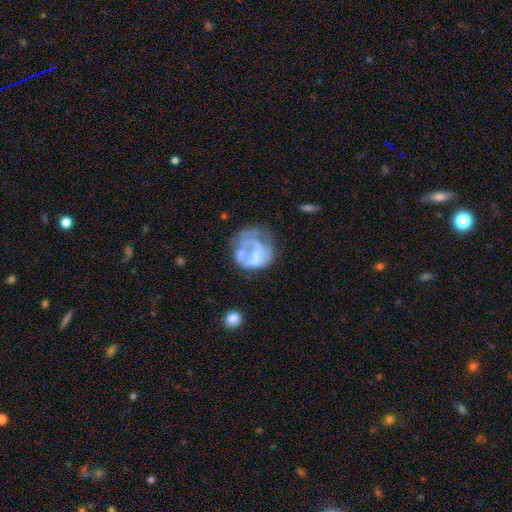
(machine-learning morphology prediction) Smooth or featured? Predicted: featured or disk (p=0.54). Edge-on disk? Predicted: no (p=0.98). Bar? Predicted: no (p=0.71). Spiral arms? Predicted: no (p=0.79). Bulge size? Predicted: none (p=0.59). Merging? Predicted: major disturbance (p=0.40).